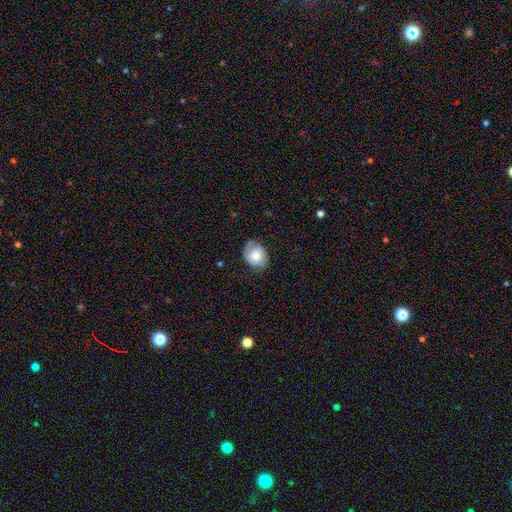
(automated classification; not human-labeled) Smooth or featured? Predicted: smooth (p=0.64). How rounded? Predicted: in between (p=0.51). Merging? Predicted: none (p=0.68).